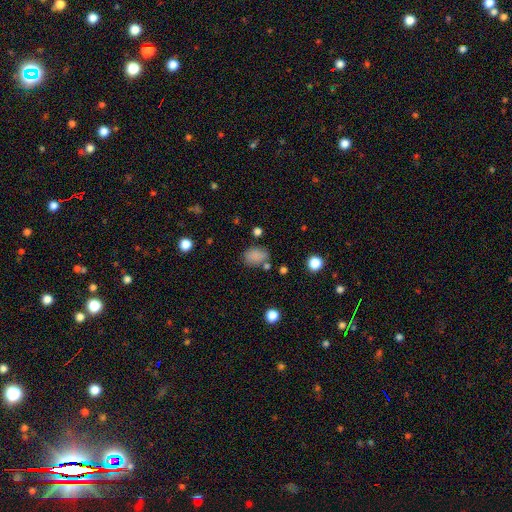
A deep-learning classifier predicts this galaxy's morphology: Q: Smooth or featured?
A: smooth (83%); runner-up: star or artifact (12%)
Q: How rounded?
A: in between (75%); runner-up: round (24%)
Q: Merging?
A: none (69%); runner-up: minor disturbance (18%)